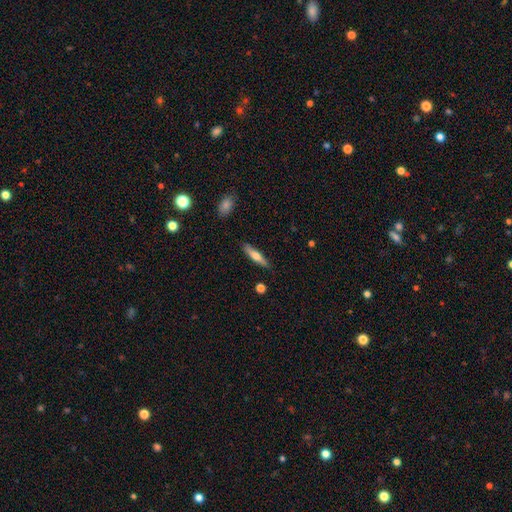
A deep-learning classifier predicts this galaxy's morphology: Overall: smooth (62%; featured or disk 32%). How rounded: cigar-shaped (79%). Merging: none (86%).